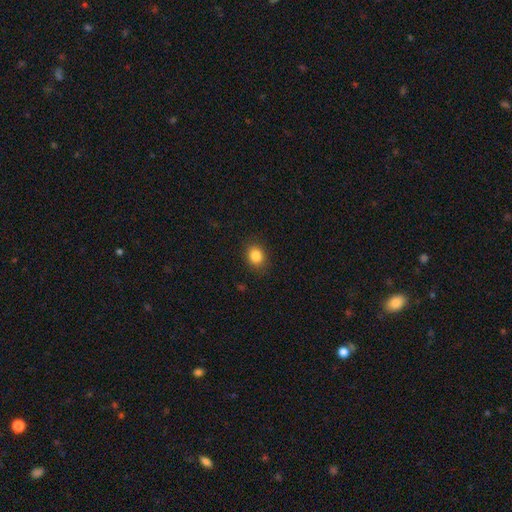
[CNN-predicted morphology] Q: Smooth or featured?
A: smooth (85%); runner-up: star or artifact (10%)
Q: How rounded?
A: round (65%); runner-up: in between (34%)
Q: Merging?
A: none (87%); runner-up: minor disturbance (9%)